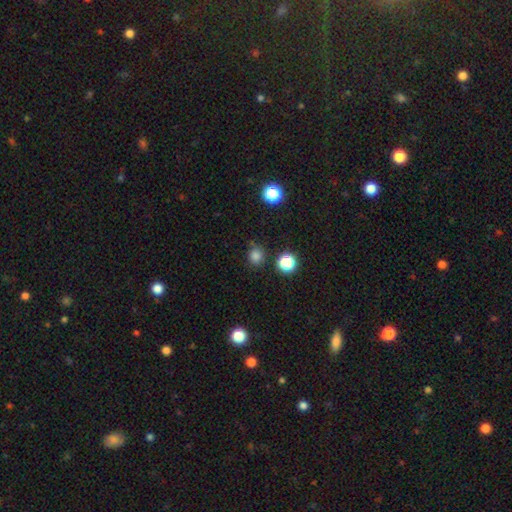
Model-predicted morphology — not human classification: type=smooth (79%); roundness=round (85%); merging=none (82%).